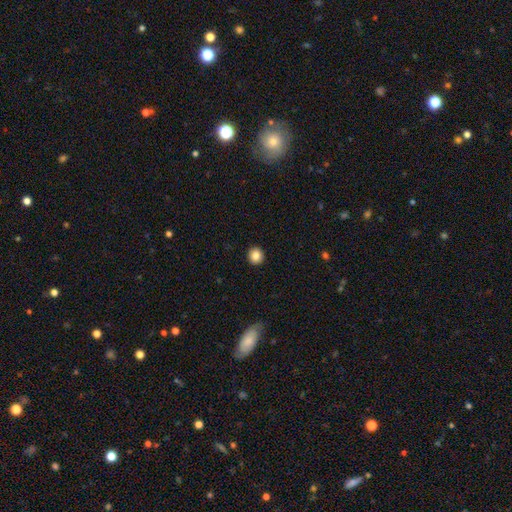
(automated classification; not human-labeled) smooth_or_featured: smooth (p=0.85) [alt: star or artifact p=0.09]
how_rounded: round (p=0.93) [alt: in between p=0.06]
merging: none (p=0.93) [alt: minor disturbance p=0.04]